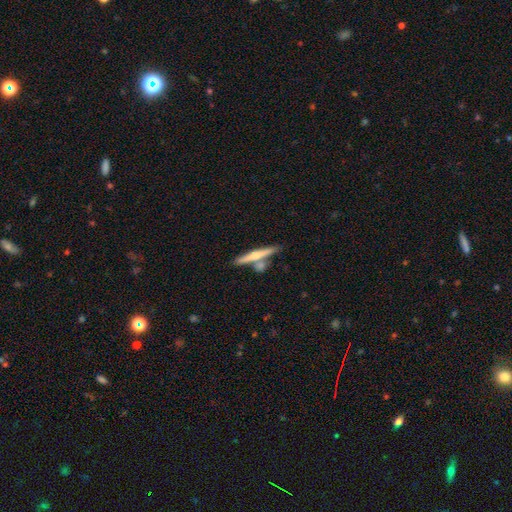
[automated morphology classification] featured or disk 50%, smooth 44%, star or artifact 6%. Down the decision tree: merging — none (65%).